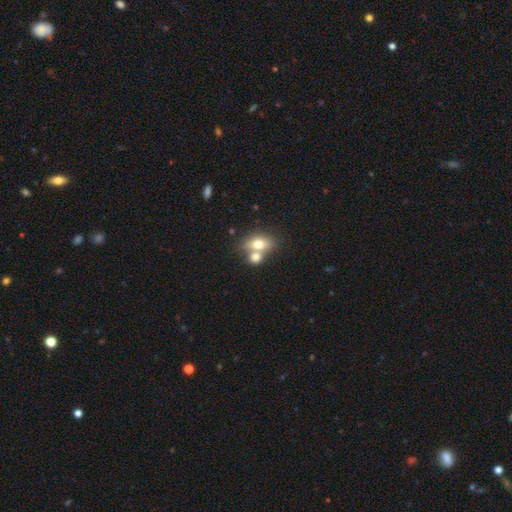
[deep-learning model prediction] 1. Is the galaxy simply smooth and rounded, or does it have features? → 63% smooth, 24% featured or disk, 13% star or artifact.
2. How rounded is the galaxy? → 68% in between, 27% round, 6% cigar-shaped.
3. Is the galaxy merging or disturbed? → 45% merger, 43% none, 9% minor disturbance, 4% major disturbance.